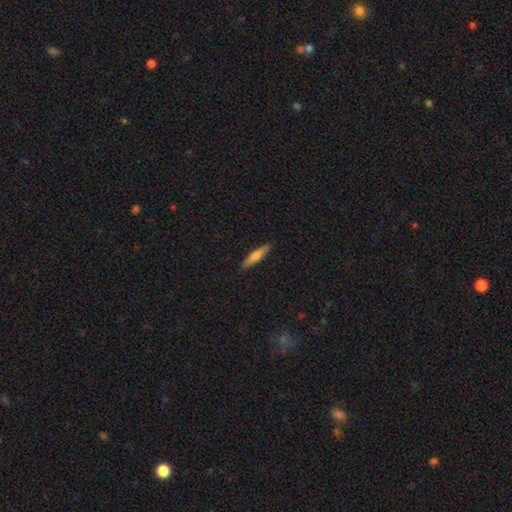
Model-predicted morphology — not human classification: A smooth galaxy with no disk features (56%) that is cigar-shaped (89%).

Vote fractions:
- Smooth or featured? smooth: 56% / featured or disk: 38% / star or artifact: 6%
- How rounded? cigar-shaped: 89% / in between: 9% / round: 2%
- Merging? none: 89% / minor disturbance: 8% / major disturbance: 2% / merger: 1%